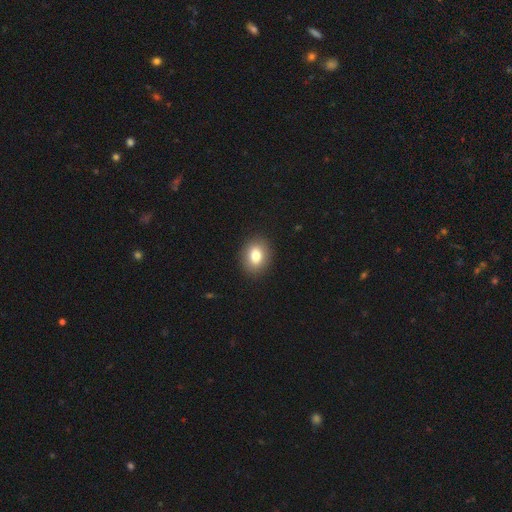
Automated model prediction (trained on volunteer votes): Smooth or featured?
  - smooth: 80% *
  - featured or disk: 10%
  - star or artifact: 10%
How rounded?
  - in between: 54% *
  - round: 45%
  - cigar-shaped: 1%
Merging?
  - none: 90% *
  - minor disturbance: 7%
  - major disturbance: 2%
  - merger: 1%